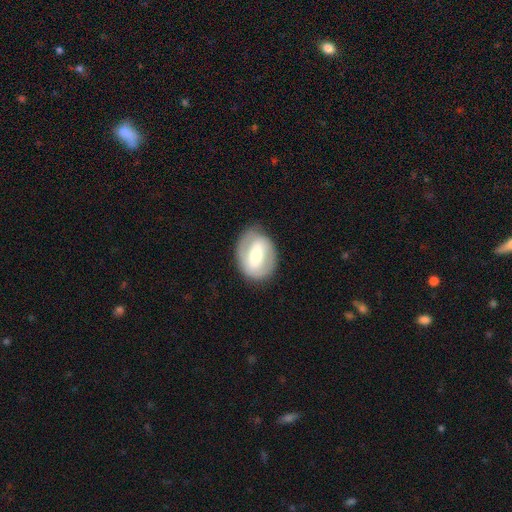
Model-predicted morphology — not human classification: smooth-or-featured: featured or disk: 60% | smooth: 34% | star or artifact: 6%
  disk-edge-on: no: 94% | yes: 6%
    bar: strong: 46% | weak: 33% | no: 21%
    has-spiral-arms: yes: 56% | no: 44%
    bulge-size: moderate: 58% | small: 31% | large: 9% | dominant: 2% | none: 1%
  merging: none: 78% | minor disturbance: 15% | major disturbance: 6% | merger: 1%